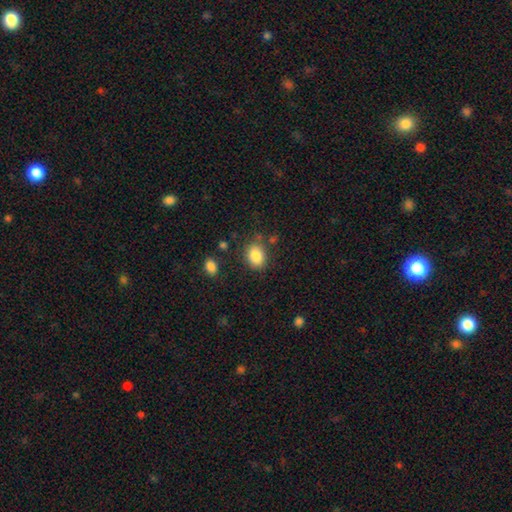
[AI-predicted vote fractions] This is clearly a smooth galaxy (86%). How rounded: possibly in between (59%). Merging: likely none (77%).